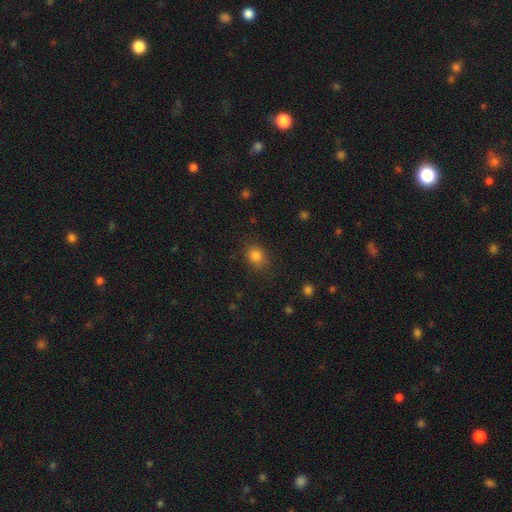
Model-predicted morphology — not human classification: A smooth galaxy with no disk features (84%) that is round (59%).

Vote fractions:
- Smooth or featured? smooth: 84% / star or artifact: 12% / featured or disk: 5%
- How rounded? round: 59% / in between: 40% / cigar-shaped: 1%
- Merging? none: 80% / minor disturbance: 14% / major disturbance: 5% / merger: 1%